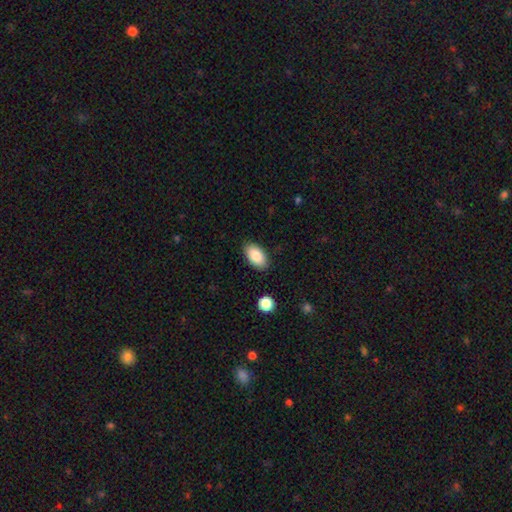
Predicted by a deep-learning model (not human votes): A smooth galaxy with no disk features (86%) that is in between round and cigar-shaped (95%). Merging: none (87%).